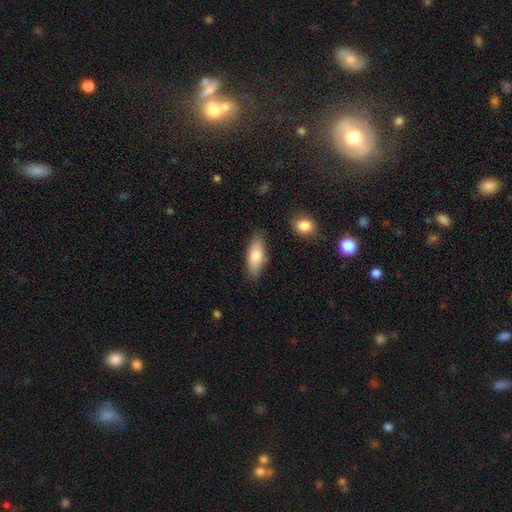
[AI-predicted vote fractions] Smooth or featured?
  - smooth: 77% *
  - featured or disk: 17%
  - star or artifact: 6%
How rounded?
  - in between: 76% *
  - cigar-shaped: 21%
  - round: 2%
Merging?
  - none: 81% *
  - minor disturbance: 13%
  - merger: 3%
  - major disturbance: 3%